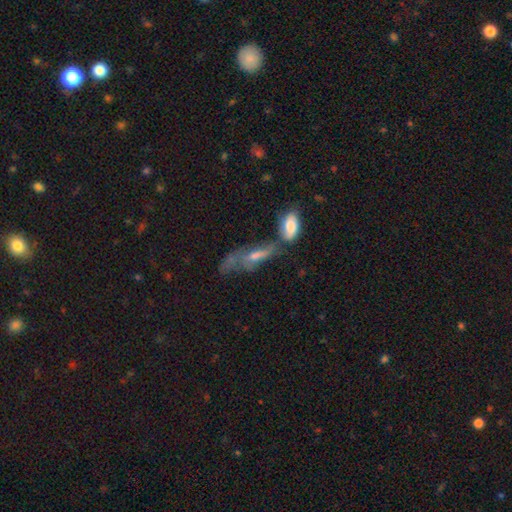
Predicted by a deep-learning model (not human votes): Smooth or featured?
  - featured or disk: 44% * (tied)
  - smooth: 44% * (tied)
  - star or artifact: 12%
Merging?
  - merger: 31% *
  - none: 25%
  - major disturbance: 24%
  - minor disturbance: 19%